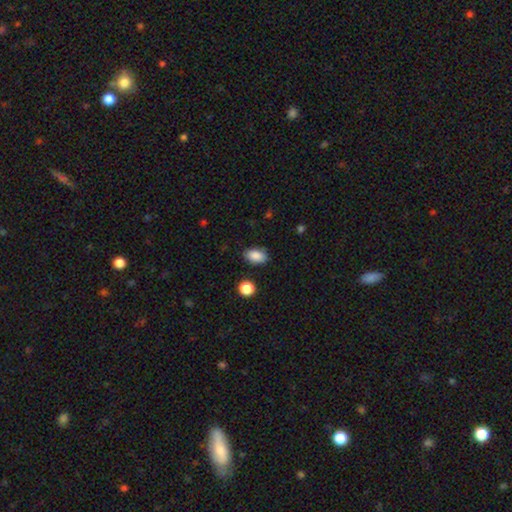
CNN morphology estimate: Q: Smooth or featured?
A: smooth (88%); runner-up: star or artifact (8%)
Q: How rounded?
A: in between (89%); runner-up: round (9%)
Q: Merging?
A: none (84%); runner-up: minor disturbance (11%)